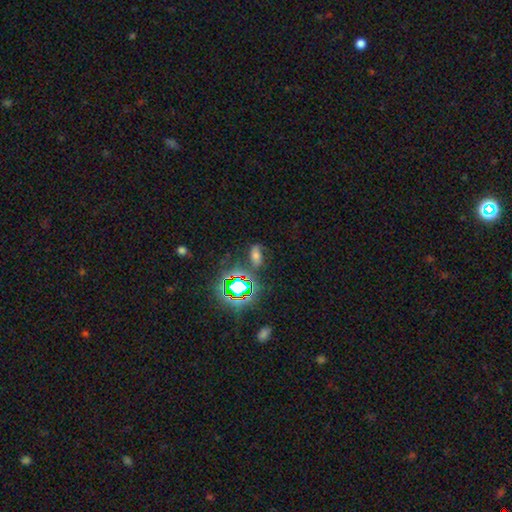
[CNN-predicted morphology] Smooth or featured?
  - smooth: 44% *
  - star or artifact: 35%
  - featured or disk: 21%
Merging?
  - none: 63% *
  - minor disturbance: 20%
  - major disturbance: 11%
  - merger: 6%